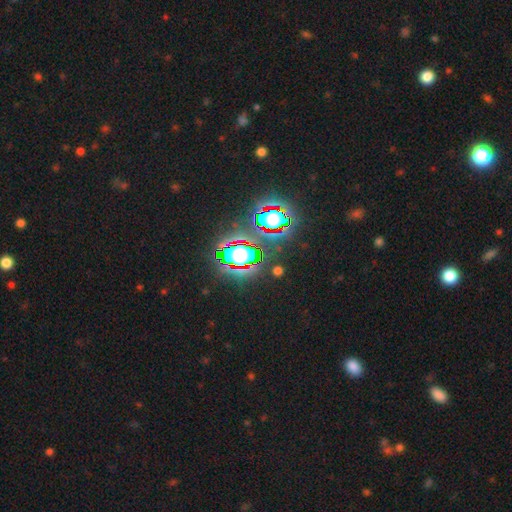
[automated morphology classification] smooth-or-featured: star or artifact: 81% | smooth: 12% | featured or disk: 6%